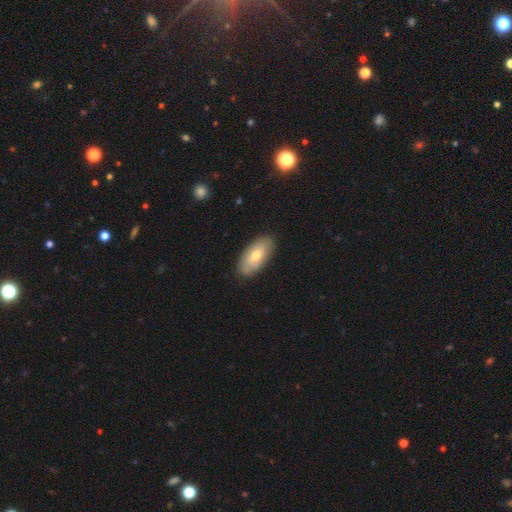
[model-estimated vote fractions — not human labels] Q: Smooth or featured?
A: smooth (68%); runner-up: featured or disk (26%)
Q: How rounded?
A: in between (92%); runner-up: cigar-shaped (6%)
Q: Merging?
A: none (85%); runner-up: minor disturbance (12%)